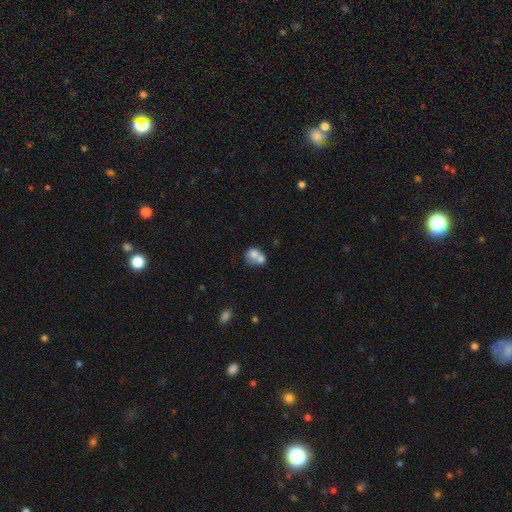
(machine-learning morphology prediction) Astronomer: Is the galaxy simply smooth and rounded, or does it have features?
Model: smooth — 69%.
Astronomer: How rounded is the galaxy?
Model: round — 56% (runner-up: in between, 43%).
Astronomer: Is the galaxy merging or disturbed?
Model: merger — 68%.